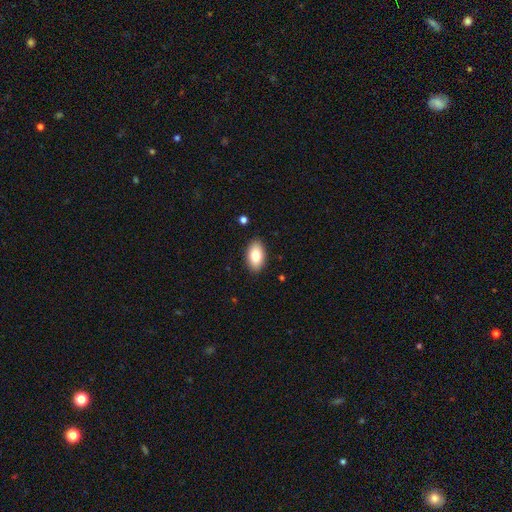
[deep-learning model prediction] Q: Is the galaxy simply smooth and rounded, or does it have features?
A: smooth — 82%.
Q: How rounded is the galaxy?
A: in between — 93%.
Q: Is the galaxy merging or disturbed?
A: none — 89%.